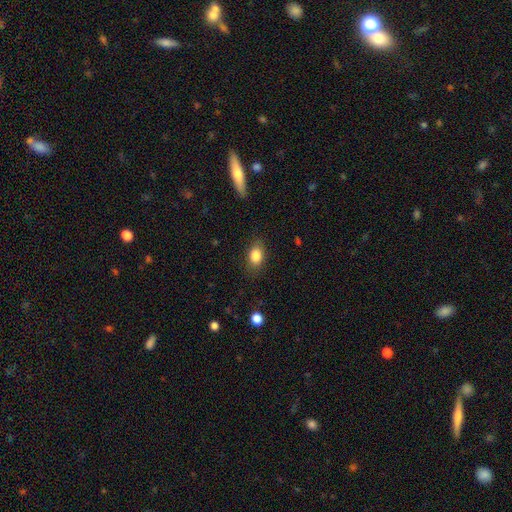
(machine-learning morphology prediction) Q: Smooth or featured?
A: smooth (85%); runner-up: star or artifact (8%)
Q: How rounded?
A: in between (83%); runner-up: round (15%)
Q: Merging?
A: none (83%); runner-up: minor disturbance (12%)